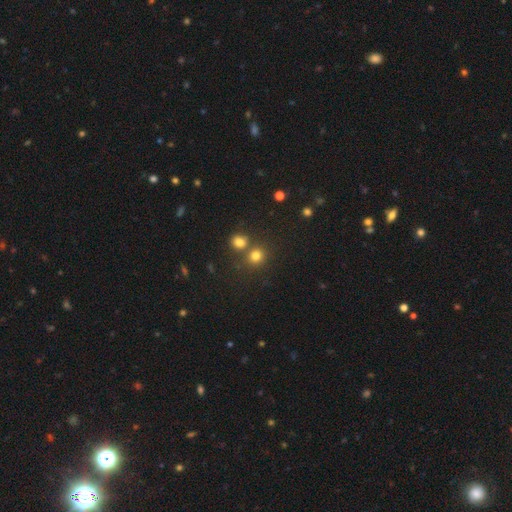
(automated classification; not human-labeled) smooth-or-featured: smooth: 76% | star or artifact: 17% | featured or disk: 7%
  how-rounded: round: 85% | in between: 14% | cigar-shaped: 1%
  merging: none: 62% | merger: 27% | minor disturbance: 7% | major disturbance: 3%